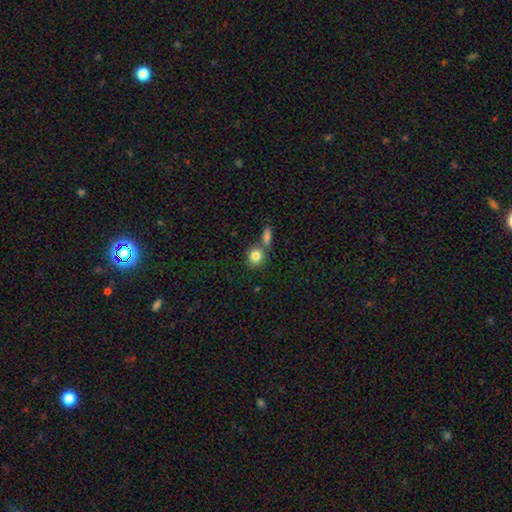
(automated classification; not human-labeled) smooth 83%, star or artifact 9%, featured or disk 8%. Down the decision tree: how rounded — round (77%); merging — none (55%).